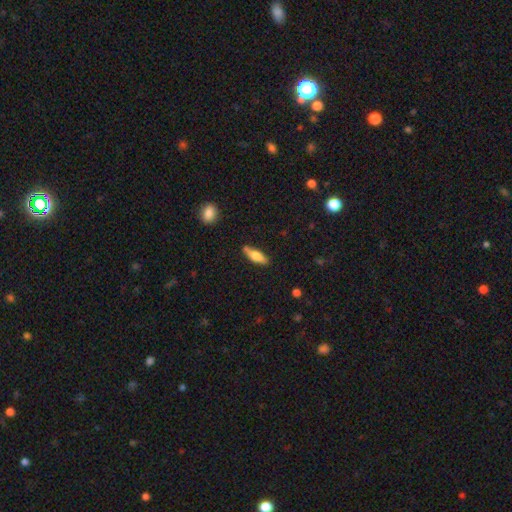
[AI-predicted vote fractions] Smooth or featured? Predicted: smooth (p=0.61). How rounded? Predicted: in between (p=0.50). Merging? Predicted: none (p=0.78).